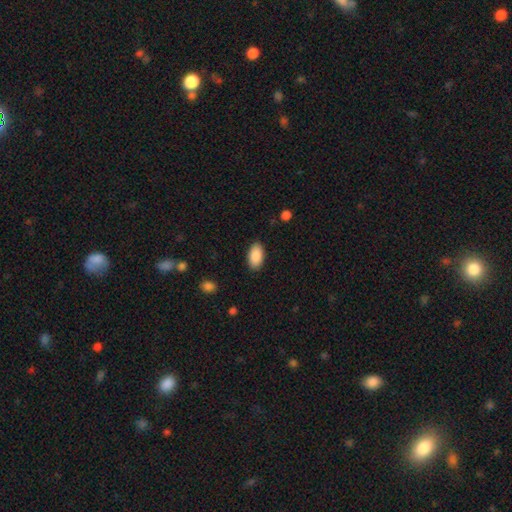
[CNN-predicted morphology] Smooth or featured?
  - smooth: 90% *
  - star or artifact: 6%
  - featured or disk: 4%
How rounded?
  - in between: 95% *
  - round: 3%
  - cigar-shaped: 2%
Merging?
  - none: 89% *
  - minor disturbance: 8%
  - major disturbance: 2%
  - merger: 1%